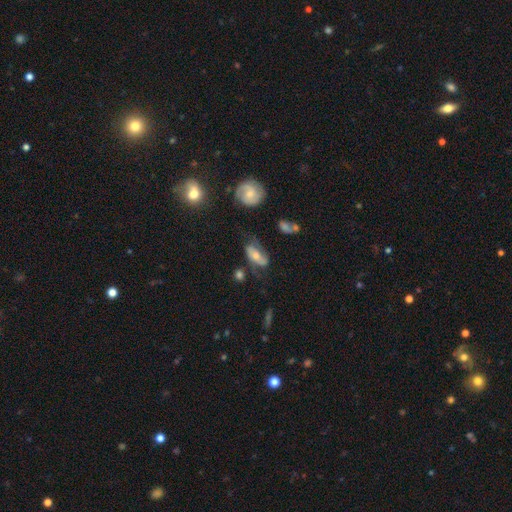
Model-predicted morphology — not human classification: A featured or disk galaxy (56%) with no bar (53%), spiral arms (76%) and a moderate central bulge (59%).

Vote fractions:
- Smooth or featured? featured or disk: 56% / smooth: 35% / star or artifact: 9%
- Edge-on disk? no: 89% / yes: 11%
- Bar? no: 53% / weak: 27% / strong: 20%
- Spiral arms? yes: 76% / no: 24%
- Bulge size? moderate: 59% / small: 34% / large: 4% / none: 2% / dominant: 1%
- Merging? none: 48% / minor disturbance: 26% / major disturbance: 20% / merger: 5%